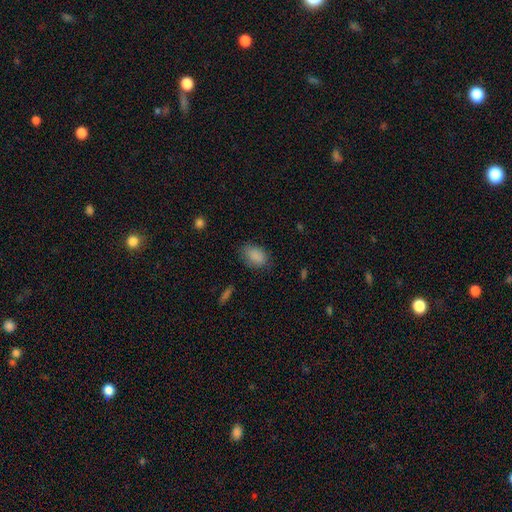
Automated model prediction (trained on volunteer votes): smooth-or-featured: smooth: 87% | star or artifact: 9% | featured or disk: 5%
  how-rounded: in between: 86% | round: 13% | cigar-shaped: 2%
  merging: none: 74% | minor disturbance: 20% | major disturbance: 5% | merger: 1%